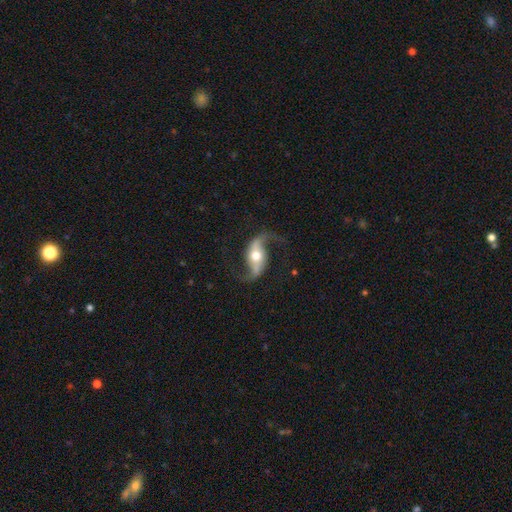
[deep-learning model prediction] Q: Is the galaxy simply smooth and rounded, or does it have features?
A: featured or disk — 90%.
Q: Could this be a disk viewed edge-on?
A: no — 94%.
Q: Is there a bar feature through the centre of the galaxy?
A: no — 37%.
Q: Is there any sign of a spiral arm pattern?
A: yes — 97%.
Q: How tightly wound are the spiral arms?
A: loose — 81%.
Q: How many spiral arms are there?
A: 2 — 94%.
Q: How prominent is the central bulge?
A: moderate — 71%.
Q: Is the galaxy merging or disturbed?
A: none — 79%.